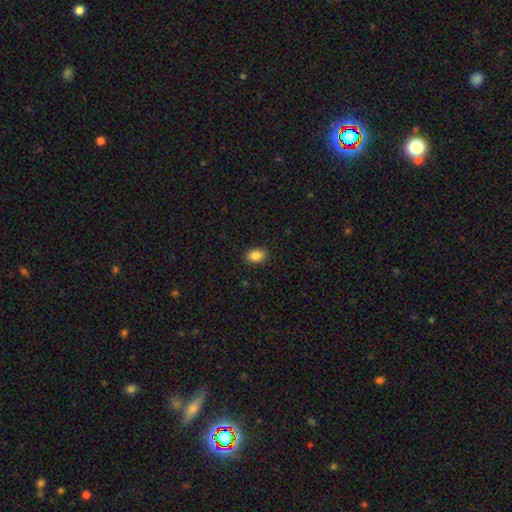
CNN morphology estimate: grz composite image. It shows a smooth galaxy with no disk features (87%) that is in between round and cigar-shaped (77%). Merging: none (89%).